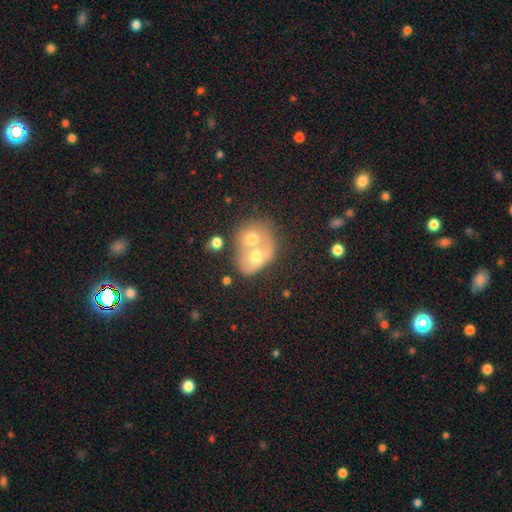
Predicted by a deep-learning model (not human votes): The model was most divided on "how rounded": in between: 52%, round: 47%, cigar-shaped: 1%. More confident: merging — merger (74%); smooth or featured — smooth (55%).